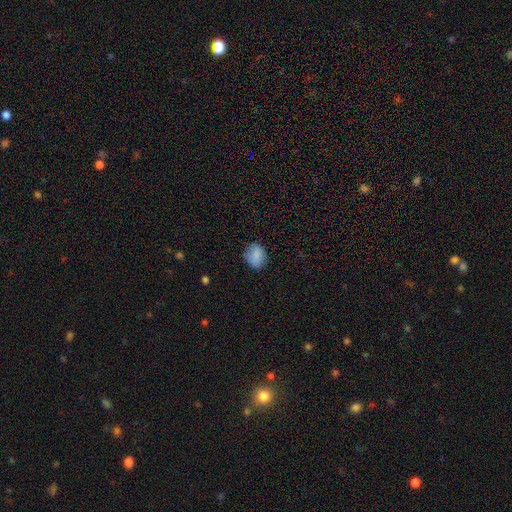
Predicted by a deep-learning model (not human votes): smooth_or_featured: smooth (p=0.84) [alt: star or artifact p=0.09]
how_rounded: round (p=0.58) [alt: in between p=0.41]
merging: none (p=0.82) [alt: minor disturbance p=0.14]